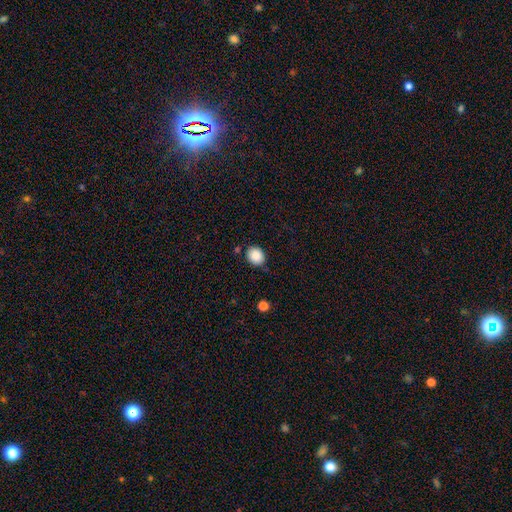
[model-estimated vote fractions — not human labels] Smooth or featured? smooth (87%)
How rounded? round (53%)
Merging? none (81%)